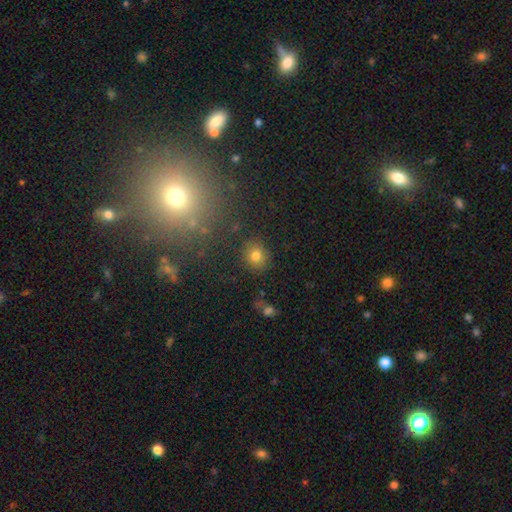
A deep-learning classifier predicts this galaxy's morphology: smooth_or_featured: smooth (p=0.77) [alt: star or artifact p=0.15]
how_rounded: round (p=0.81) [alt: in between p=0.18]
merging: none (p=0.86) [alt: minor disturbance p=0.08]